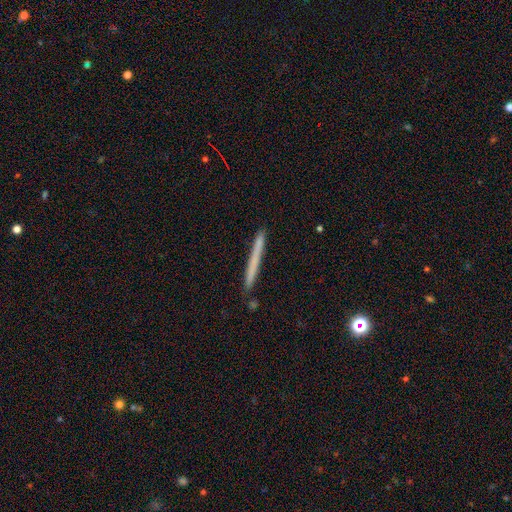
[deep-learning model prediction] smooth 59%, featured or disk 34%, star or artifact 7%. Down the decision tree: how rounded — cigar-shaped (97%); merging — none (89%).